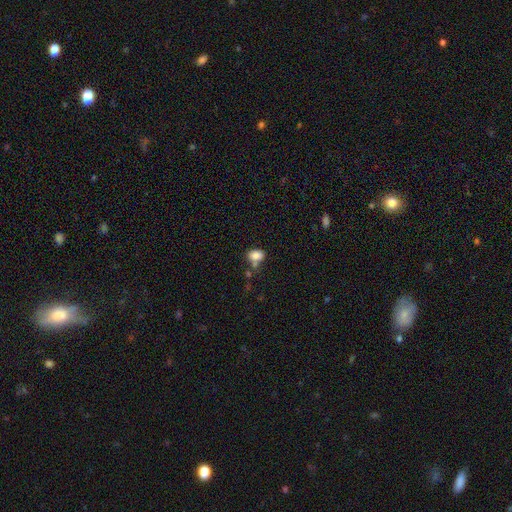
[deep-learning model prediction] smooth_or_featured: smooth (p=0.83) [alt: star or artifact p=0.10]
how_rounded: in between (p=0.72) [alt: round p=0.26]
merging: none (p=0.54) [alt: merger p=0.21]